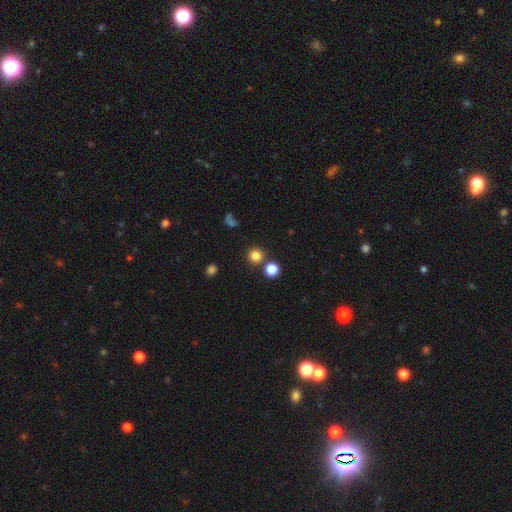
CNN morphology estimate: smooth_or_featured: smooth (p=0.81) [alt: star or artifact p=0.14]
how_rounded: round (p=0.94) [alt: in between p=0.05]
merging: none (p=0.81) [alt: merger p=0.10]